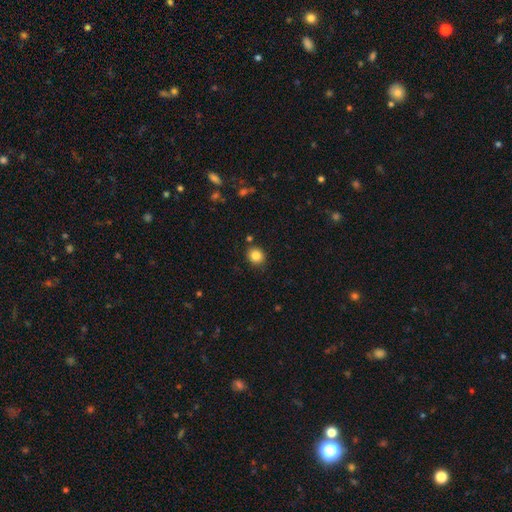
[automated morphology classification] Smooth or featured? Predicted: smooth (p=0.84). How rounded? Predicted: round (p=0.77). Merging? Predicted: none (p=0.86).